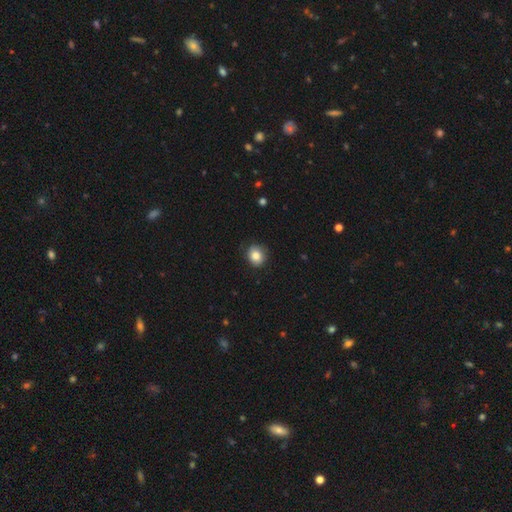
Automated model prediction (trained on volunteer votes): smooth-or-featured: smooth: 84% | star or artifact: 9% | featured or disk: 6%
  how-rounded: round: 75% | in between: 24% | cigar-shaped: 1%
  merging: none: 83% | minor disturbance: 13% | major disturbance: 3% | merger: 1%